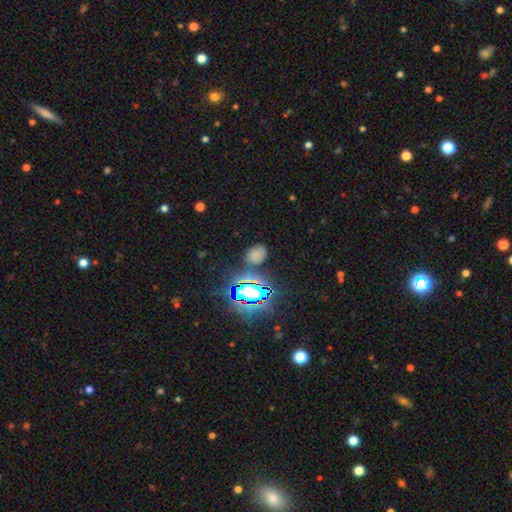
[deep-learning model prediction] Q: Smooth or featured?
A: smooth (59%); runner-up: star or artifact (33%)
Q: How rounded?
A: in between (69%); runner-up: round (29%)
Q: Merging?
A: none (73%); runner-up: minor disturbance (15%)